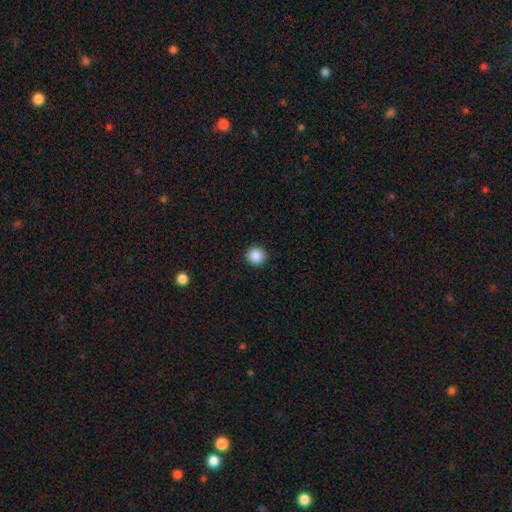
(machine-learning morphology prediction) smooth-or-featured: smooth: 88% | star or artifact: 9% | featured or disk: 3%
  how-rounded: round: 95% | in between: 4% | cigar-shaped: 1%
  merging: none: 93% | minor disturbance: 4% | major disturbance: 2% | merger: 1%